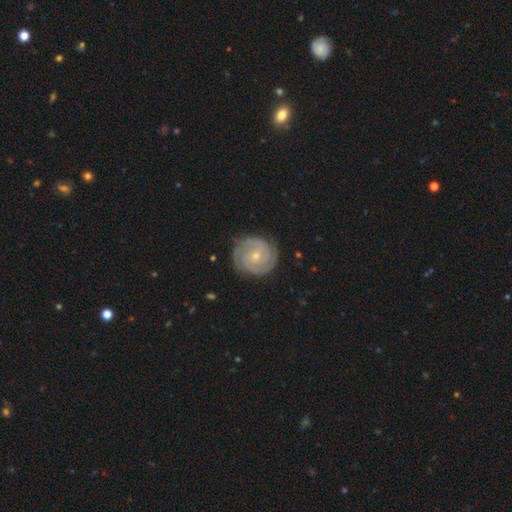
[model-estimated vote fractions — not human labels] A featured or disk galaxy (86%) with no bar (67%), 2 (35%) tight (78%) spiral arms (97%) and a small central bulge (69%).

Vote fractions:
- Smooth or featured? featured or disk: 86% / smooth: 9% / star or artifact: 5%
- Edge-on disk? no: 98% / yes: 2%
- Bar? no: 67% / weak: 27% / strong: 6%
- Spiral arms? yes: 97% / no: 3%
- Spiral winding? tight: 78% / medium: 19% / loose: 3%
- Spiral arm count? 2: 35% / 3: 31% / can't tell: 15% / 4: 9% / 1: 5% / more than 4: 5%
- Bulge size? small: 69% / moderate: 28% / none: 1% / large: 1% / dominant: 1%
- Merging? none: 84% / minor disturbance: 12% / major disturbance: 3% / merger: 1%